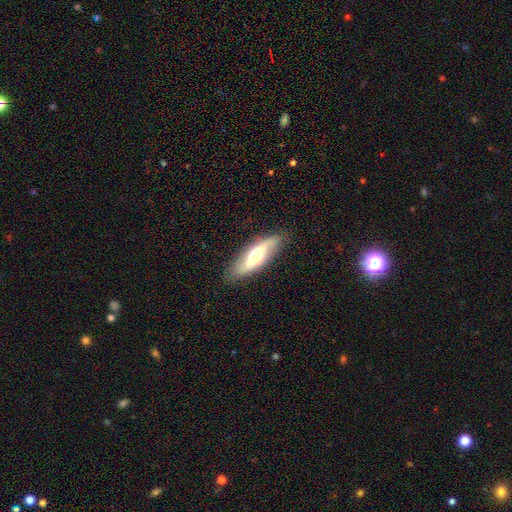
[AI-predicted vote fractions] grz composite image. It shows a featured or disk galaxy (53%). Merging: none (84%).